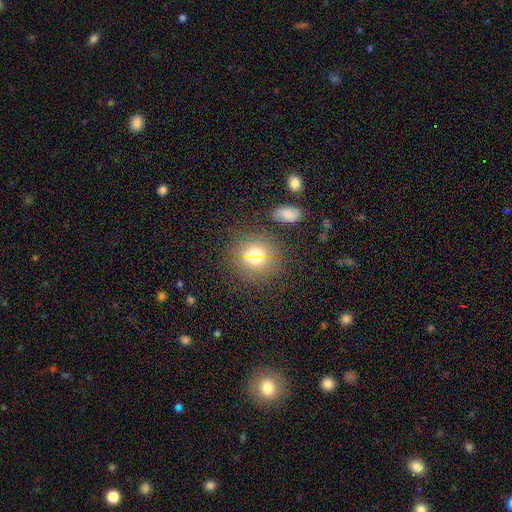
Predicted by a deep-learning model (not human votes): A smooth galaxy with no disk features (64%) that is round (84%). Merging: none (84%).